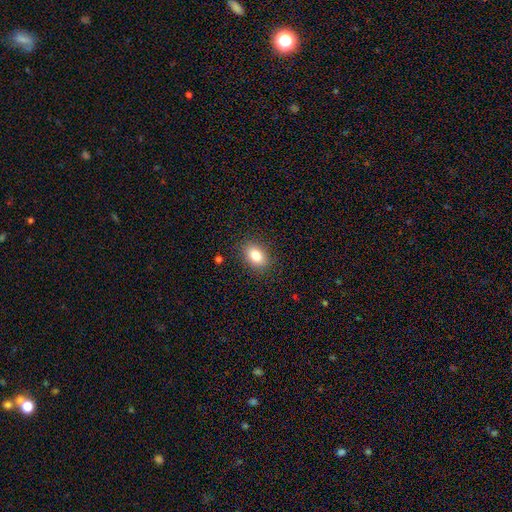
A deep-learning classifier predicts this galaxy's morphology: type=smooth (84%); roundness=in between (82%); merging=none (87%).